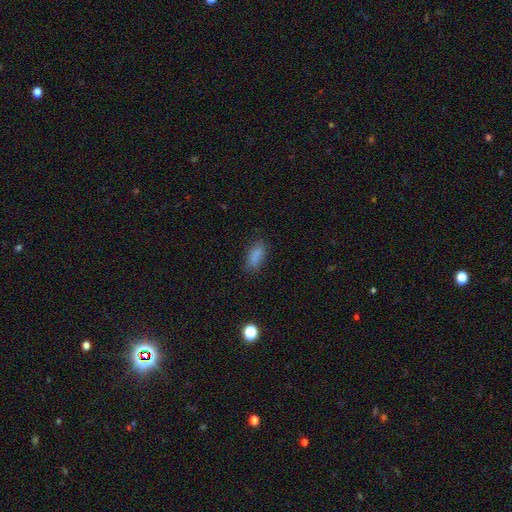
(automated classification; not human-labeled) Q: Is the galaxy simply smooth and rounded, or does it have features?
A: smooth — 82%.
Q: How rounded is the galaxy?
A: in between — 79%.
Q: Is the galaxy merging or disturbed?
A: none — 77%.